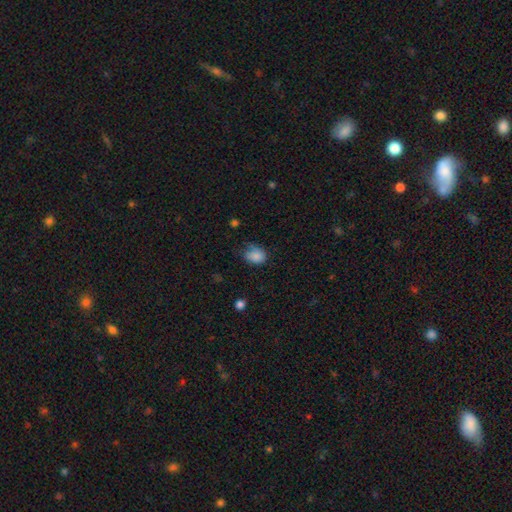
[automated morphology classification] Smooth or featured?
  - smooth: 83% *
  - featured or disk: 9%
  - star or artifact: 9%
How rounded?
  - in between: 62% *
  - round: 37%
  - cigar-shaped: 1%
Merging?
  - none: 49% *
  - minor disturbance: 36%
  - major disturbance: 14%
  - merger: 2%